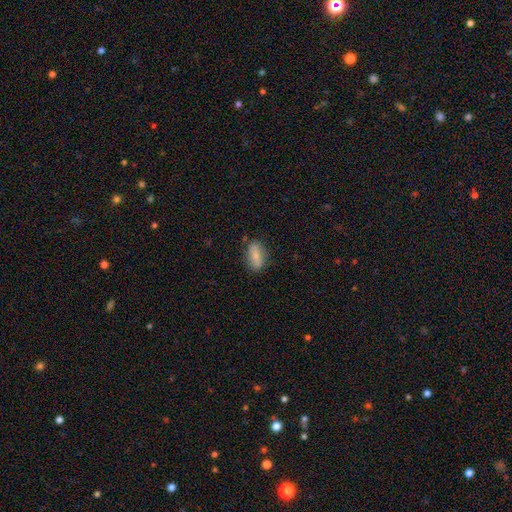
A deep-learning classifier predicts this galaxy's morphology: Overall: smooth (76%). How rounded: in between (84%). Merging: none (80%).